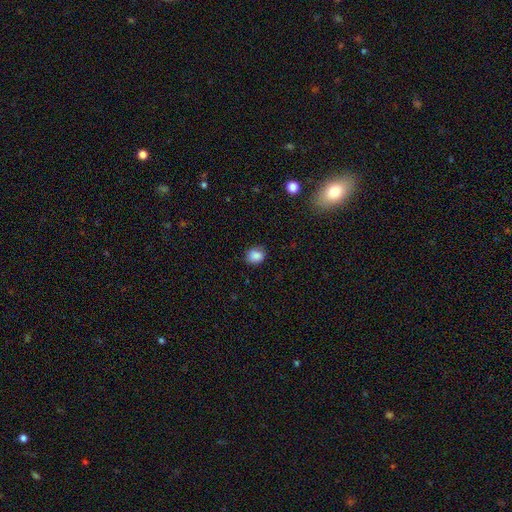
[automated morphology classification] smooth 87%, star or artifact 9%, featured or disk 4%. Down the decision tree: how rounded — round (61%); merging — none (83%).